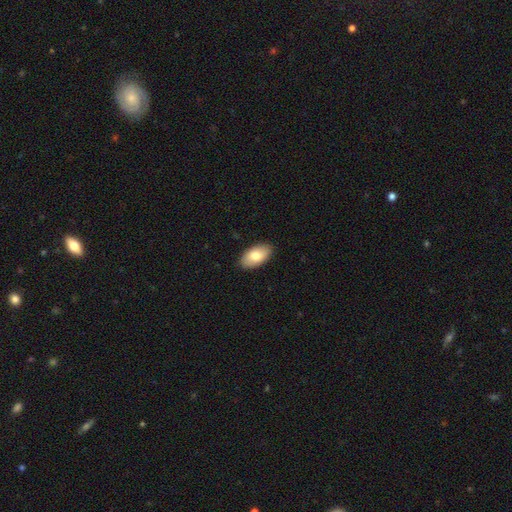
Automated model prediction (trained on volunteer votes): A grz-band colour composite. It shows a smooth galaxy with no disk features (78%) that is in between round and cigar-shaped (95%). Merging: none (89%).